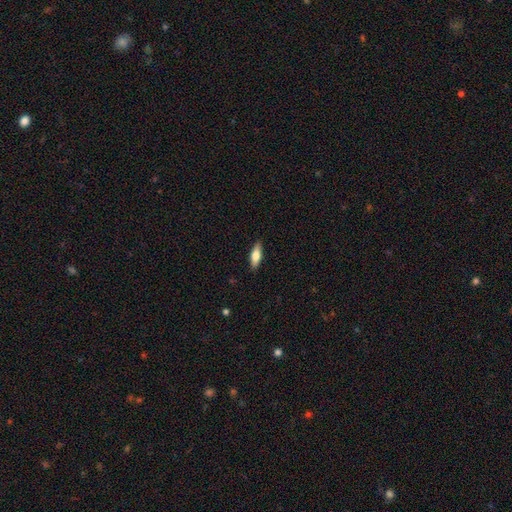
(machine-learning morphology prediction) This appears to be a smooth galaxy with no disk features (70%) that is in between round and cigar-shaped (61%). Merging: none (88%).